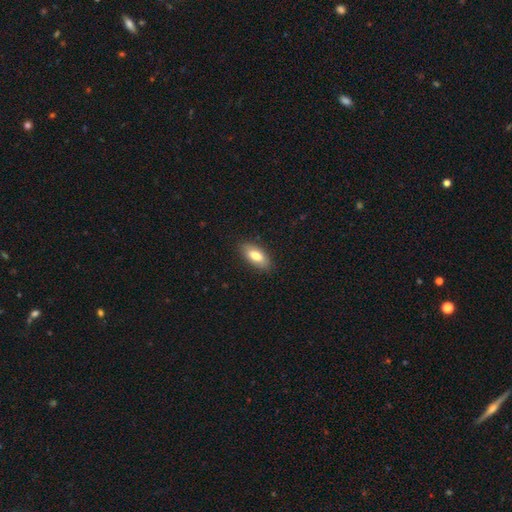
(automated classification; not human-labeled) smooth_or_featured: smooth (p=0.78) [alt: featured or disk p=0.16]
how_rounded: in between (p=0.87) [alt: cigar-shaped p=0.11]
merging: none (p=0.86) [alt: minor disturbance p=0.10]